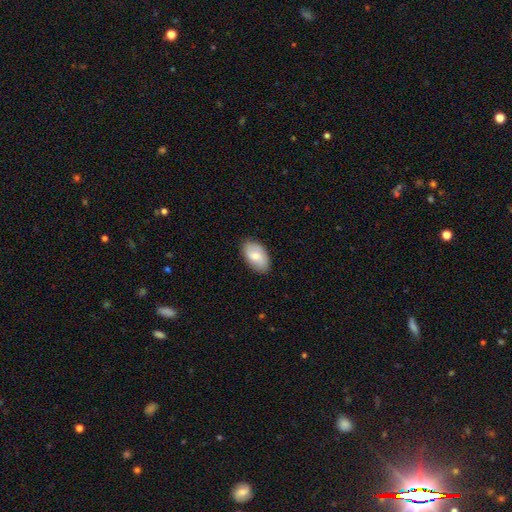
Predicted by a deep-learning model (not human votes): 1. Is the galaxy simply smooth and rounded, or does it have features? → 71% smooth, 23% featured or disk, 6% star or artifact.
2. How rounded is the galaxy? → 94% in between, 4% round, 2% cigar-shaped.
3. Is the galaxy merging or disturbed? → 84% none, 13% minor disturbance, 2% major disturbance, 1% merger.